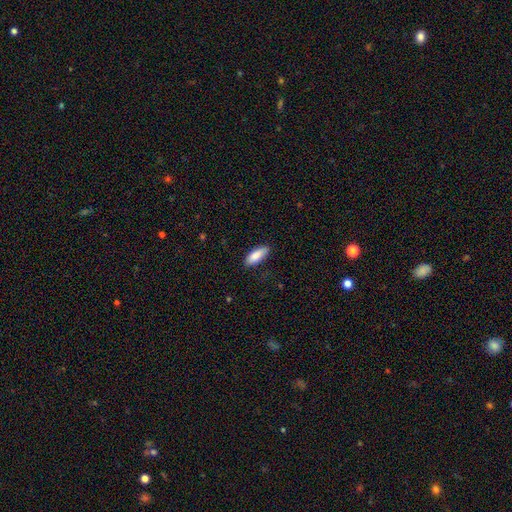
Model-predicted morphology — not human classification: Smooth or featured? Predicted: smooth (p=0.86). How rounded? Predicted: in between (p=0.75). Merging? Predicted: none (p=0.83).